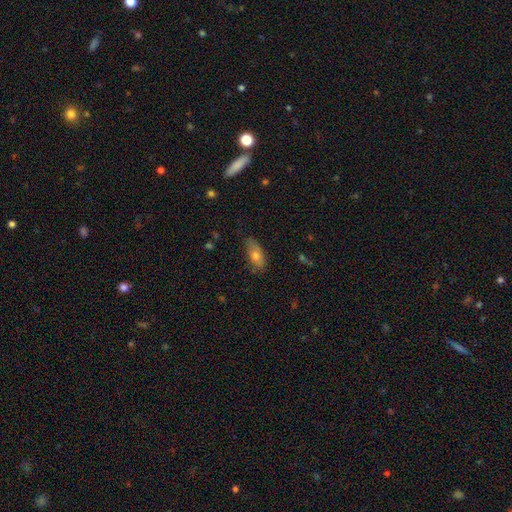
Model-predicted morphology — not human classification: smooth 69%, featured or disk 22%, star or artifact 9%. Down the decision tree: how rounded — in between (77%); merging — none (71%).